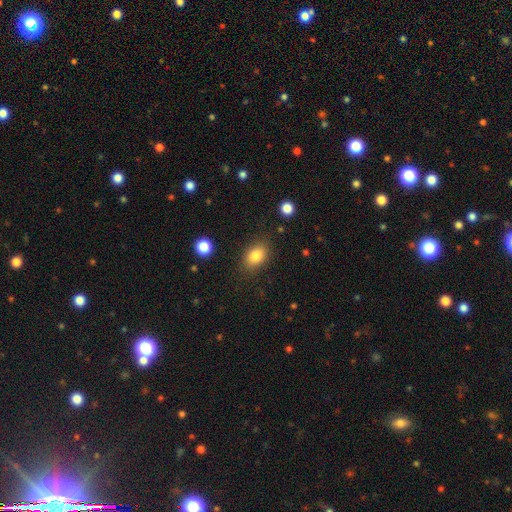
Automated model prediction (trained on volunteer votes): Smooth or featured: smooth — 84% (star or artifact — 9%)
How rounded: in between — 81% (round — 17%)
Merging: none — 82% (minor disturbance — 12%)